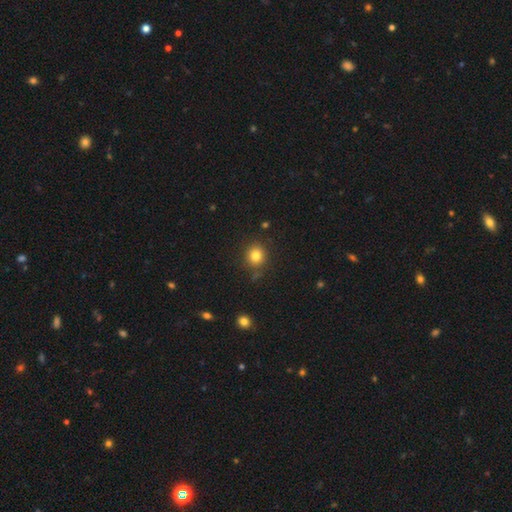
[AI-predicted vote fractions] smooth-or-featured: smooth: 82% | star or artifact: 12% | featured or disk: 6%
  how-rounded: round: 86% | in between: 14% | cigar-shaped: 1%
  merging: none: 84% | minor disturbance: 10% | merger: 3% | major disturbance: 3%